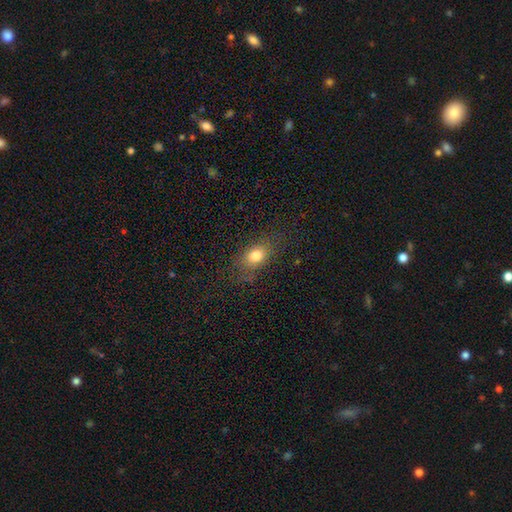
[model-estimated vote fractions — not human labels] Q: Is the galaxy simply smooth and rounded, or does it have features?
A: smooth — 78%.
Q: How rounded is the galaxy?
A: in between — 72%.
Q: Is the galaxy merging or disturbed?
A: none — 77%.